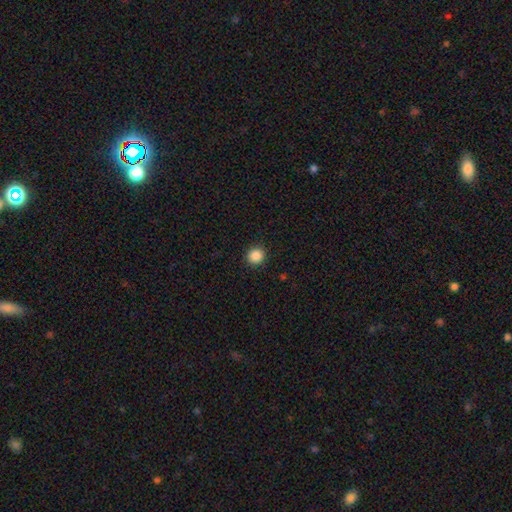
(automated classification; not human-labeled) smooth-or-featured: smooth: 87% | star or artifact: 10% | featured or disk: 3%
  how-rounded: round: 91% | in between: 8% | cigar-shaped: 1%
  merging: none: 91% | minor disturbance: 6% | major disturbance: 2% | merger: 1%